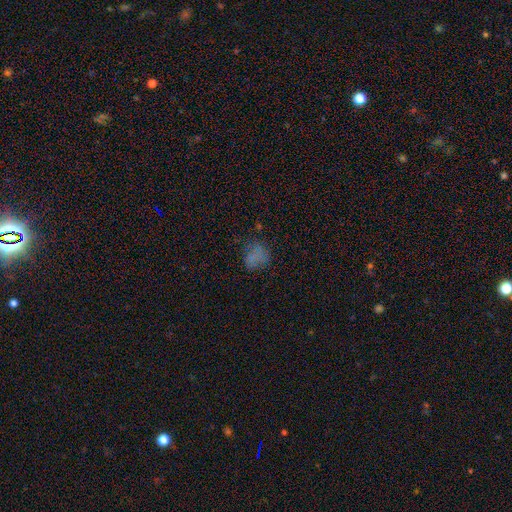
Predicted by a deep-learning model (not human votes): This appears to be a smooth galaxy with no disk features (65%) that is round (62%). Merging: none (62%).